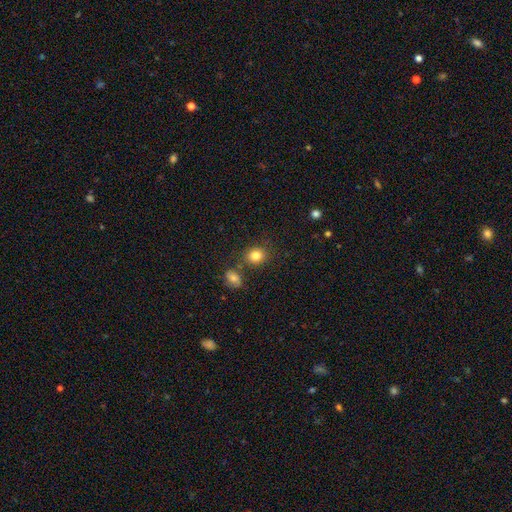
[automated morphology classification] Smooth or featured: smooth — 83% (star or artifact — 11%)
How rounded: round — 73% (in between — 26%)
Merging: none — 77% (minor disturbance — 10%)